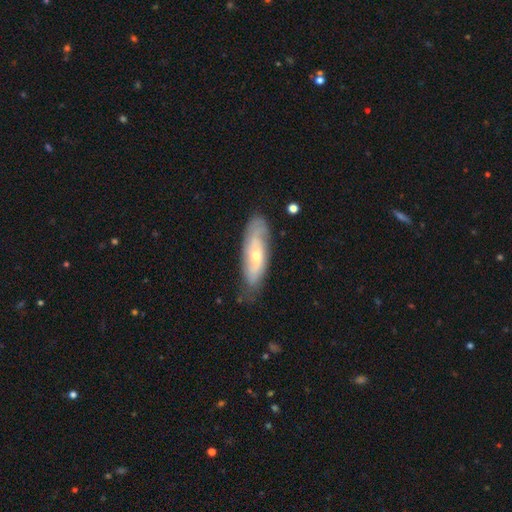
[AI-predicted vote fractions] Smooth or featured? featured or disk (61%)
Edge-on disk? no (74%)
Merging? none (74%)